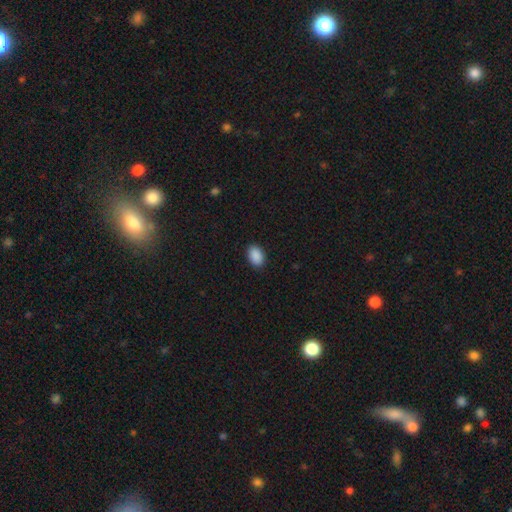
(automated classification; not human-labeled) Q: Smooth or featured?
A: smooth (90%); runner-up: star or artifact (7%)
Q: How rounded?
A: in between (86%); runner-up: round (13%)
Q: Merging?
A: none (90%); runner-up: minor disturbance (7%)